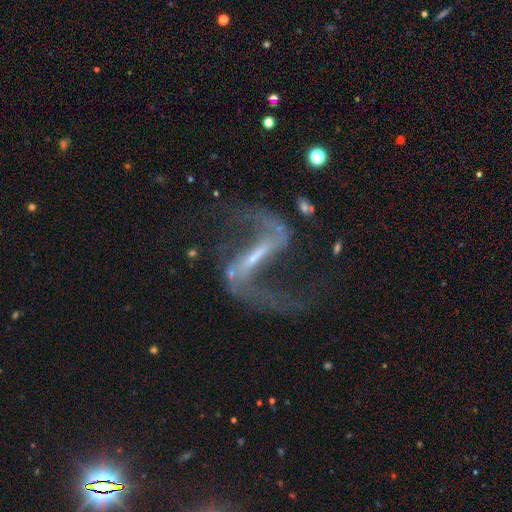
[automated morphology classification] Smooth or featured: featured or disk — 91% (star or artifact — 6%)
Edge-on disk: no — 95% (yes — 5%)
Bar: strong — 64% (weak — 28%)
Spiral arms: yes — 97% (no — 3%)
Spiral winding: loose — 81% (medium — 15%)
Spiral arm count: 2 — 94% (1 — 2%)
Bulge size: small — 56% (none — 26%)
Merging: none — 70% (major disturbance — 14%)